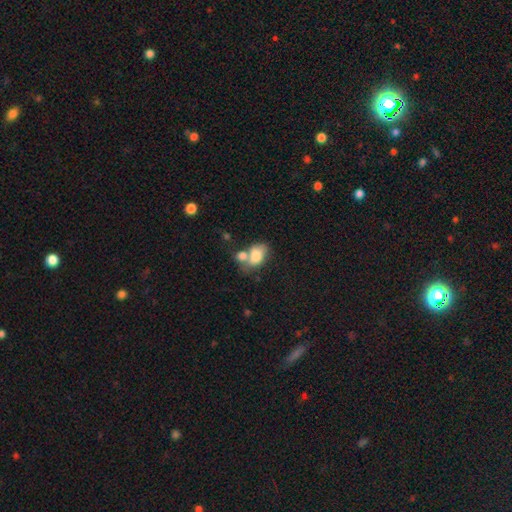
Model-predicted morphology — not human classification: This is likely a smooth galaxy (77%). How rounded: clearly in between (85%). Merging: possibly merger (50%).